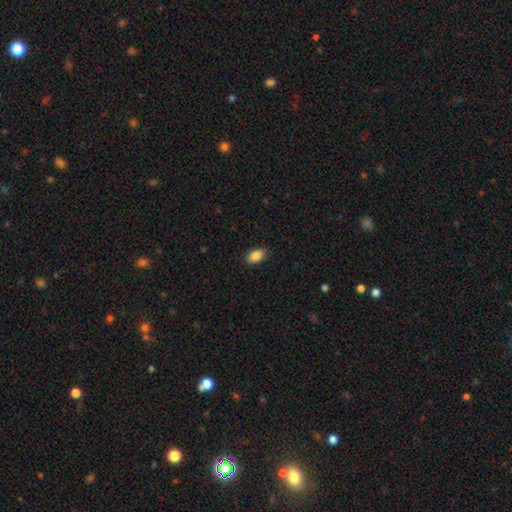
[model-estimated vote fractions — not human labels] smooth 89%, star or artifact 7%, featured or disk 4%. Down the decision tree: how rounded — in between (91%); merging — none (88%).